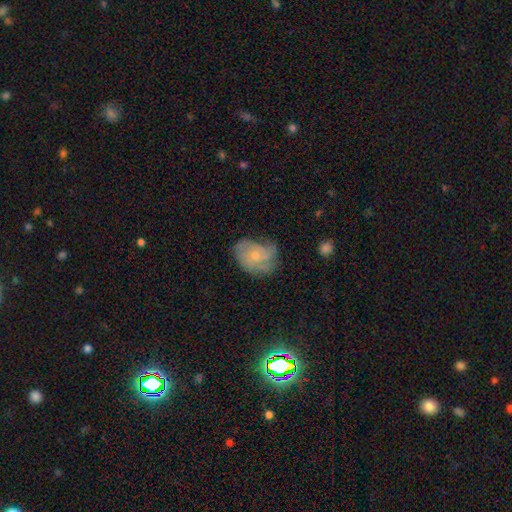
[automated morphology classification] Smooth or featured: featured or disk — 58% (smooth — 33%)
Edge-on disk: no — 97% (yes — 3%)
Bar: no — 80% (weak — 18%)
Spiral arms: yes — 81% (no — 19%)
Bulge size: small — 65% (moderate — 28%)
Merging: none — 52% (minor disturbance — 30%)